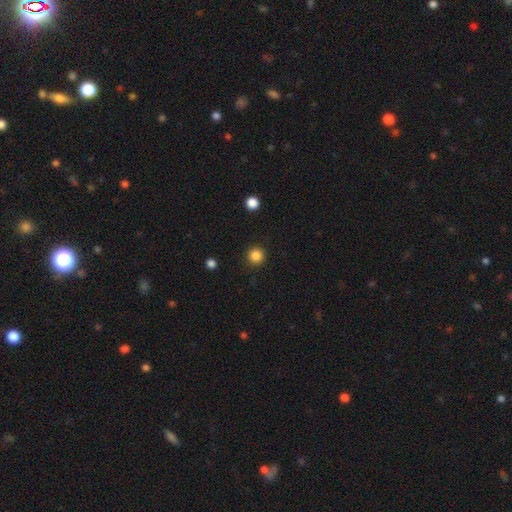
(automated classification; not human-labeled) Smooth or featured?
  - smooth: 85% *
  - star or artifact: 11%
  - featured or disk: 3%
How rounded?
  - round: 96% *
  - in between: 4%
  - cigar-shaped: 1%
Merging?
  - none: 92% *
  - minor disturbance: 5%
  - major disturbance: 2%
  - merger: 1%